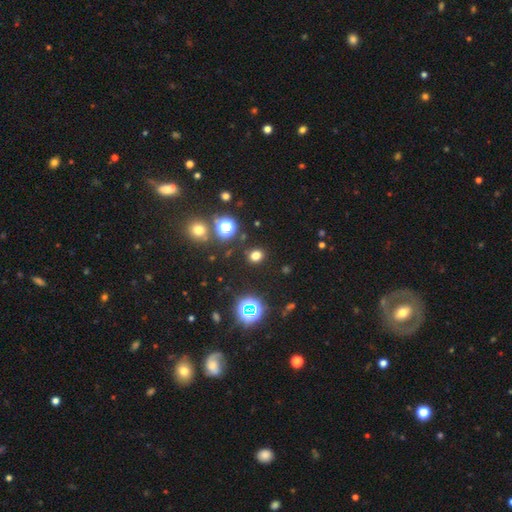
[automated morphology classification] A smooth galaxy with no disk features (71%) that is round (78%).

Vote fractions:
- Smooth or featured? smooth: 71% / star or artifact: 24% / featured or disk: 5%
- How rounded? round: 78% / in between: 21% / cigar-shaped: 1%
- Merging? none: 88% / minor disturbance: 7% / major disturbance: 3% / merger: 2%